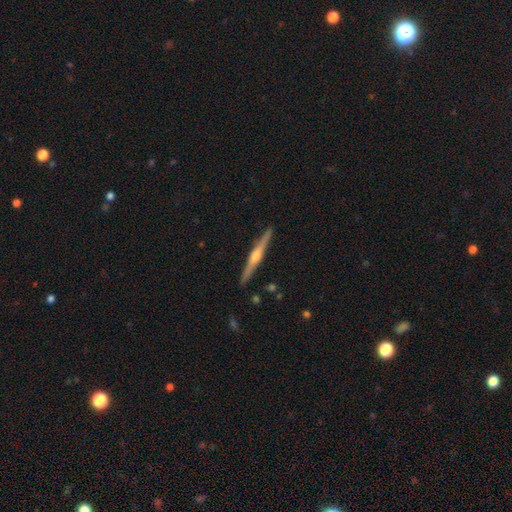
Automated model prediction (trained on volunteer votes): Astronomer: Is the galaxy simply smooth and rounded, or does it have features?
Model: featured or disk — 77%.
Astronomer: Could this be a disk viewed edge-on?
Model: yes — 98%.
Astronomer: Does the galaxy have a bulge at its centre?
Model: rounded — 90%.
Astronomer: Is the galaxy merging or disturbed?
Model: none — 91%.